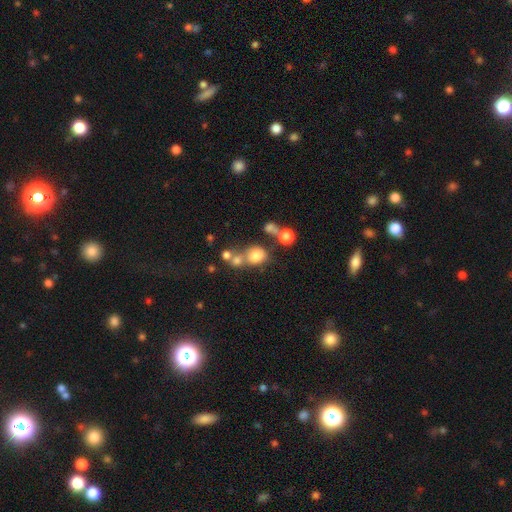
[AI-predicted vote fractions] Overall: smooth (74%). How rounded: round (68%; in between 31%). Merging: none (46%; merger 35%).